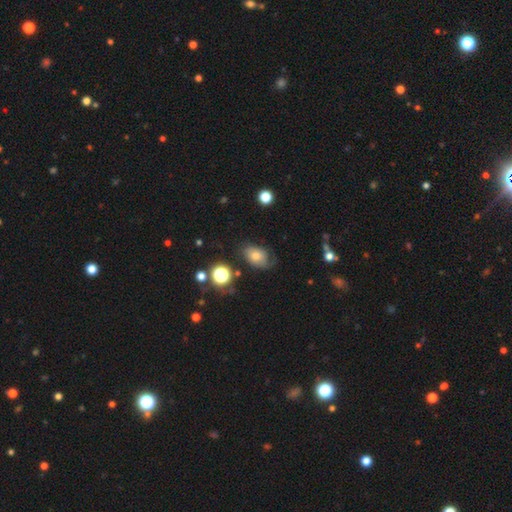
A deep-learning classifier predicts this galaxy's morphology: A smooth galaxy with no disk features (53%) that is in between round and cigar-shaped (80%). Merging: none (52%).